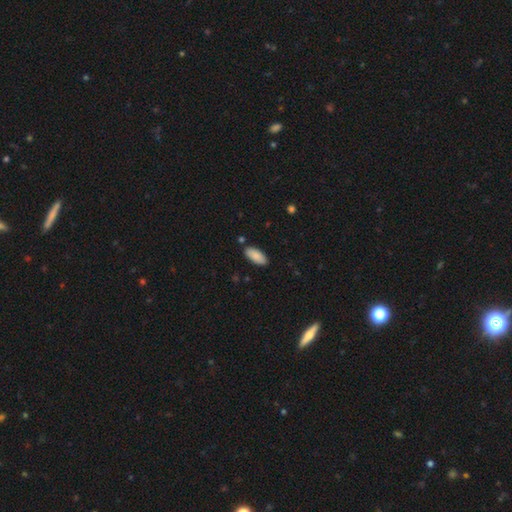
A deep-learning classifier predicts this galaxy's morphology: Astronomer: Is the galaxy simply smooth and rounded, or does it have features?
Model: smooth — 88%.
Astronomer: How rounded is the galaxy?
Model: in between — 89%.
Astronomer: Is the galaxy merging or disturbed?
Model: none — 86%.